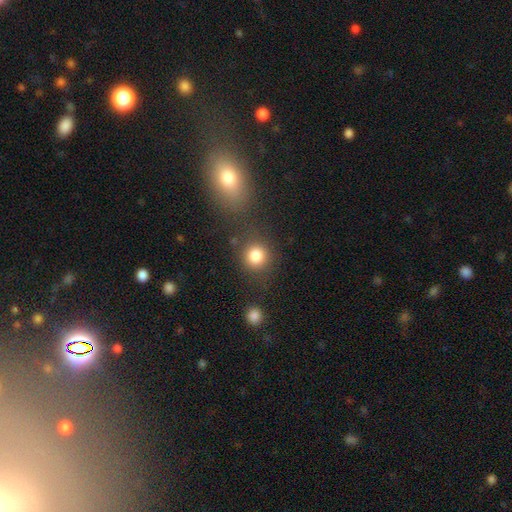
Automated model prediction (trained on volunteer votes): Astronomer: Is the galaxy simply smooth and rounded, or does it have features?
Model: smooth — 83%.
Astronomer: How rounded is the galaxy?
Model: round — 87%.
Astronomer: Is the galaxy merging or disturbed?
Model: none — 74%.